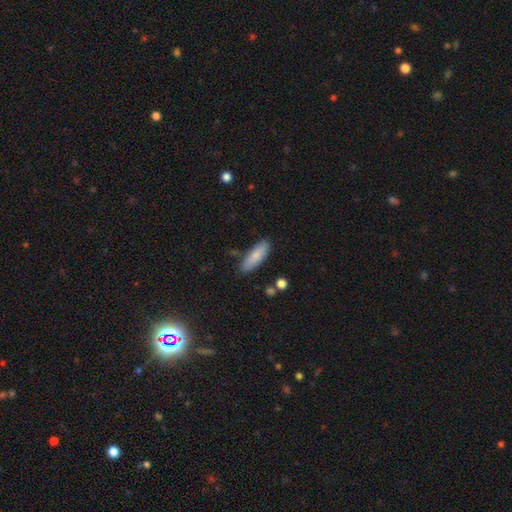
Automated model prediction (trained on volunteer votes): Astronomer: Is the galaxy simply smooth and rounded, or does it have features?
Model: smooth — 81%.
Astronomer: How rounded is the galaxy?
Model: in between — 55% (runner-up: cigar-shaped, 44%).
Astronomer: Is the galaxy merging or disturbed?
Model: none — 81%.